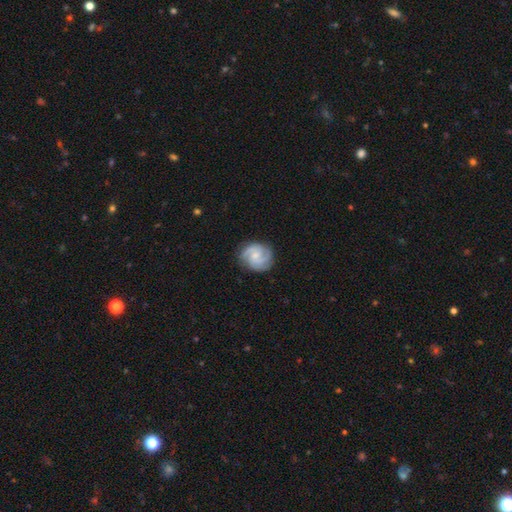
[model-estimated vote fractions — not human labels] Smooth or featured? featured or disk (82%)
Edge-on disk? no (98%)
Bar? no (59%)
Spiral arms? yes (98%)
Spiral winding? tight (47%)
Spiral arm count? 3 (48%)
Bulge size? small (61%)
Merging? none (82%)